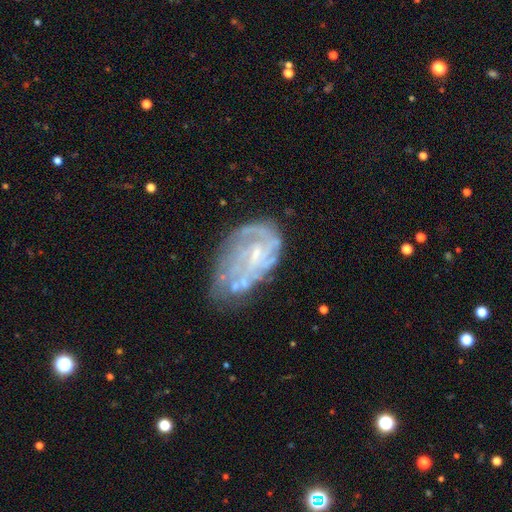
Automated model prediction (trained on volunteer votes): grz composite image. It shows a featured or disk galaxy (73%) with no bar (61%), spiral arms (62%) and a small central bulge (57%). Merging: none (42%).